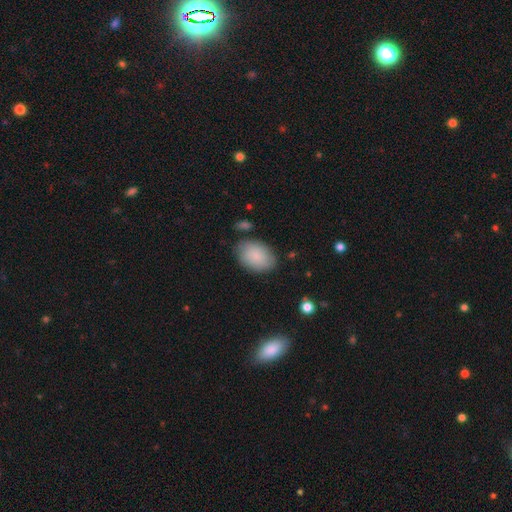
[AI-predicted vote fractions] smooth-or-featured: smooth: 84% | featured or disk: 10% | star or artifact: 6%
  how-rounded: in between: 85% | round: 14% | cigar-shaped: 1%
  merging: none: 78% | minor disturbance: 16% | major disturbance: 4% | merger: 3%